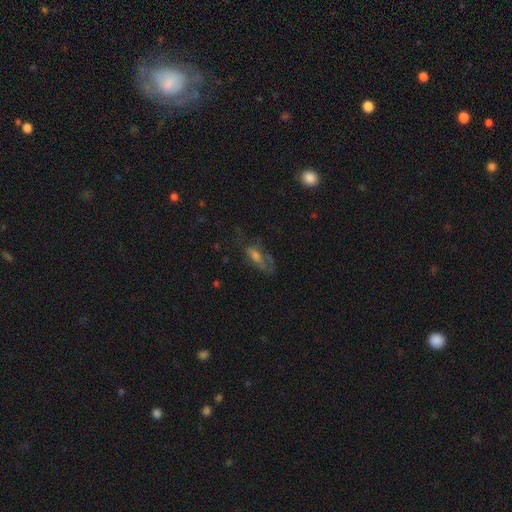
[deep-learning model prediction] smooth_or_featured: featured or disk (p=0.46) [alt: smooth p=0.37]
merging: none (p=0.46) [alt: major disturbance p=0.28]